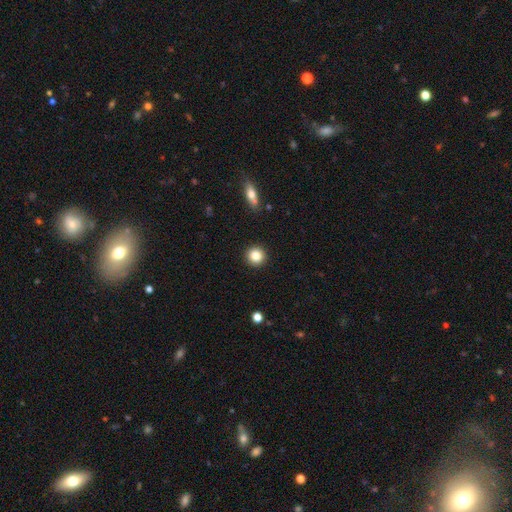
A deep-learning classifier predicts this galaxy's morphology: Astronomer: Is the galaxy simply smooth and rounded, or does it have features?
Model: smooth — 85%.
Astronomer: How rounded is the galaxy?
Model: round — 95%.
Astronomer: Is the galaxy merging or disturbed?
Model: none — 93%.